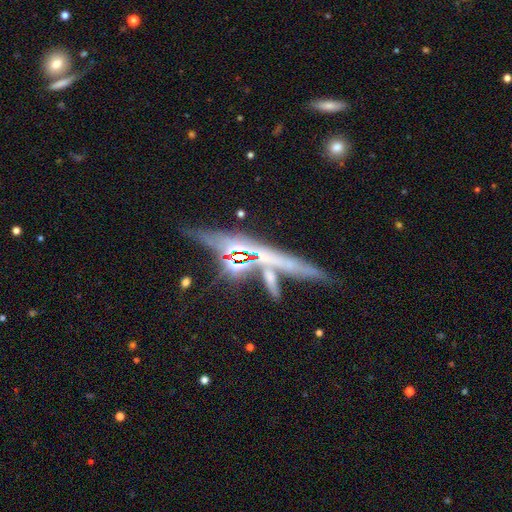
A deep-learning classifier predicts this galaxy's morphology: Smooth or featured?
  - featured or disk: 60% *
  - star or artifact: 20%
  - smooth: 20%
Edge-on disk?
  - yes: 83% *
  - no: 17%
Merging?
  - none: 54% *
  - merger: 21%
  - minor disturbance: 15%
  - major disturbance: 10%